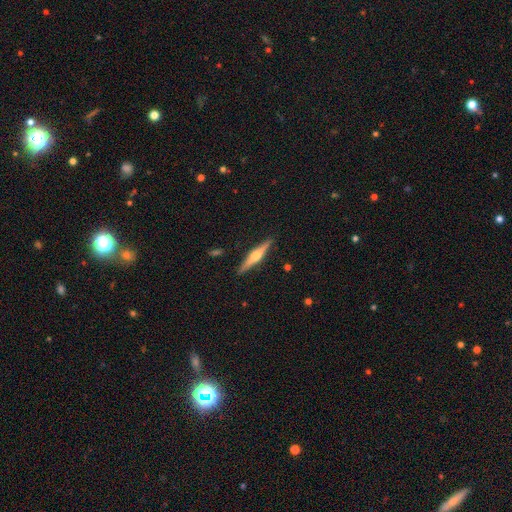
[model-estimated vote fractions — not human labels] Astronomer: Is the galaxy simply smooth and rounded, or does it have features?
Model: featured or disk — 70%.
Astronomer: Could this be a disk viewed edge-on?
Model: yes — 98%.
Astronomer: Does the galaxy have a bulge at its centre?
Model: rounded — 91%.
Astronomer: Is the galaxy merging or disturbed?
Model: none — 90%.